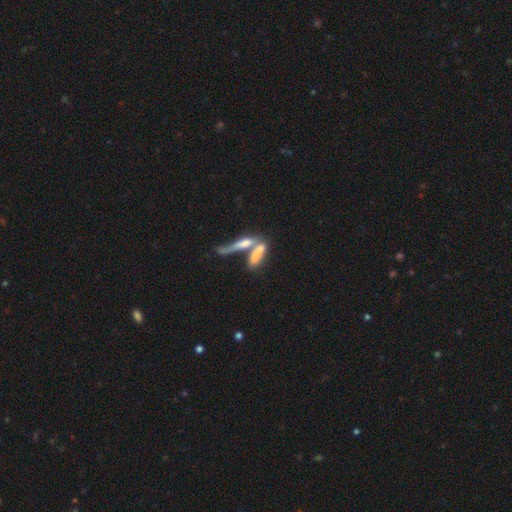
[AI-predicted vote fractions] Smooth or featured? smooth (64%)
How rounded? cigar-shaped (65%)
Merging? merger (61%)